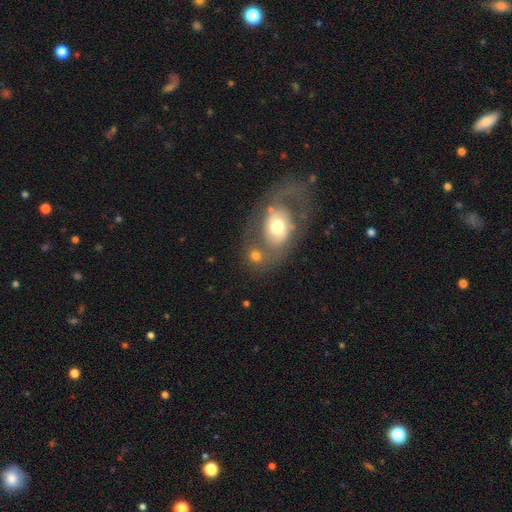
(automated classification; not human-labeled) A smooth galaxy with no disk features (59%) that is round (54%). Merging: none (45%).